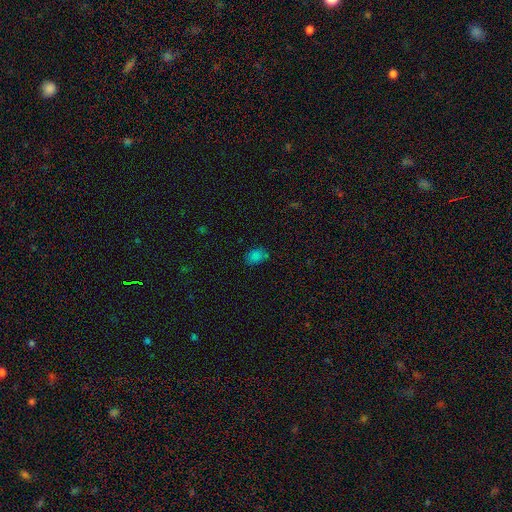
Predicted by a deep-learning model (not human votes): smooth-or-featured: smooth: 75% | star or artifact: 19% | featured or disk: 5%
  how-rounded: in between: 75% | round: 23% | cigar-shaped: 2%
  merging: none: 69% | minor disturbance: 20% | merger: 6% | major disturbance: 5%